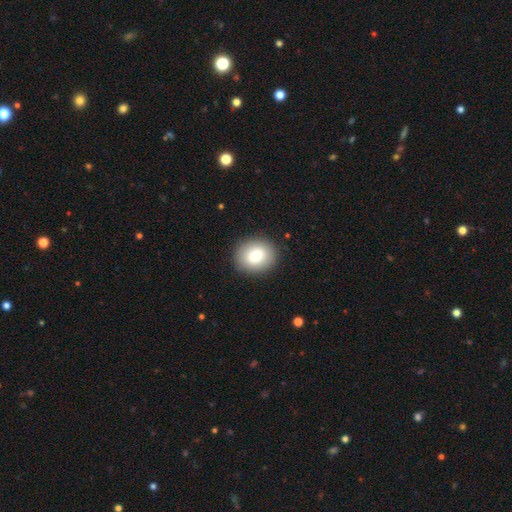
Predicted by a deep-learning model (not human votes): smooth_or_featured: smooth (p=0.79) [alt: featured or disk p=0.13]
how_rounded: round (p=0.66) [alt: in between p=0.33]
merging: none (p=0.89) [alt: minor disturbance p=0.07]